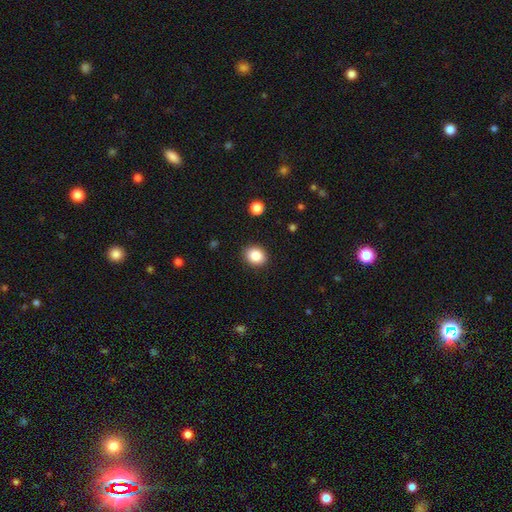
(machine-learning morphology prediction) A smooth galaxy with no disk features (85%) that is round (60%). Merging: none (90%).